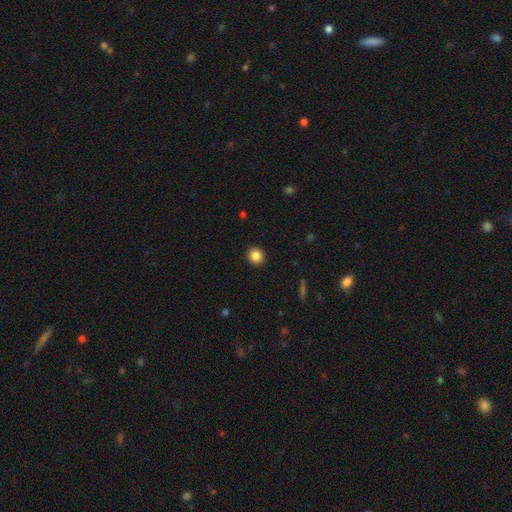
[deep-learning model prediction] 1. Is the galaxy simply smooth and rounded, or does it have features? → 85% smooth, 10% star or artifact, 6% featured or disk.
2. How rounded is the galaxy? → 88% round, 11% in between, 1% cigar-shaped.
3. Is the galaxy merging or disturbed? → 93% none, 5% minor disturbance, 2% major disturbance, 1% merger.